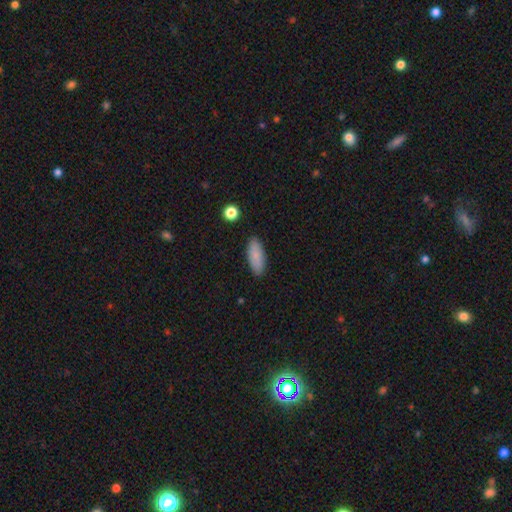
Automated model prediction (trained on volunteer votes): Smooth or featured: smooth — 84% (featured or disk — 9%)
How rounded: in between — 76% (cigar-shaped — 22%)
Merging: none — 87% (minor disturbance — 9%)